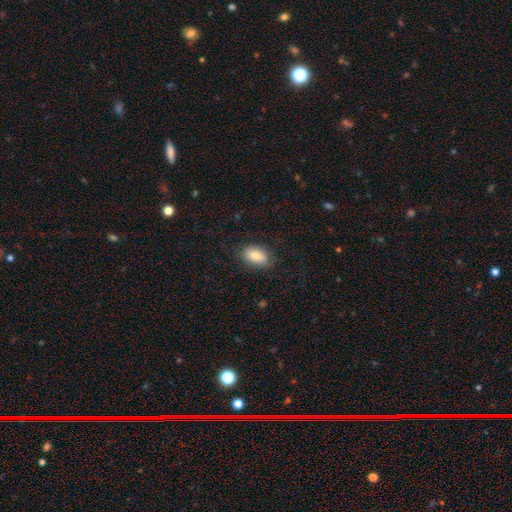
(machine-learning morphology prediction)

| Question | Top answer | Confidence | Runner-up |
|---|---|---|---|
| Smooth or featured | smooth | 84% | featured or disk (9%) |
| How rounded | in between | 91% | round (7%) |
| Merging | none | 81% | minor disturbance (14%) |